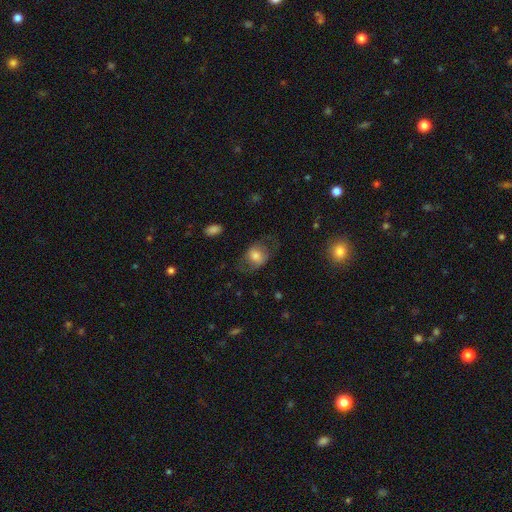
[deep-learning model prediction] Overall: smooth (64%; featured or disk 27%). How rounded: in between (53%; round 45%). Merging: none (60%; minor disturbance 22%).